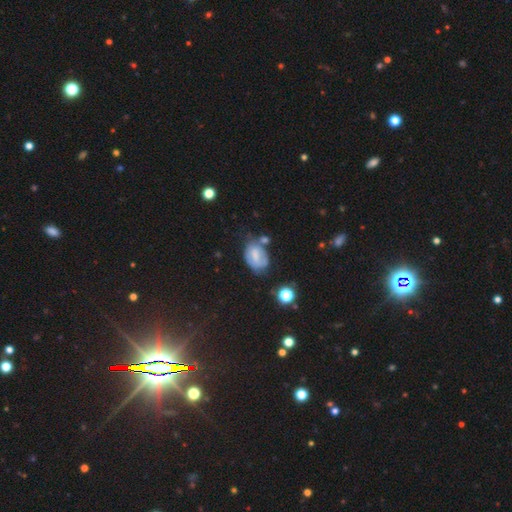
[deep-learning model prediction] The model was most divided on "merging": none: 41%, minor disturbance: 30%, major disturbance: 16%, merger: 13%. More confident: how rounded — in between (78%); smooth or featured — smooth (53%).